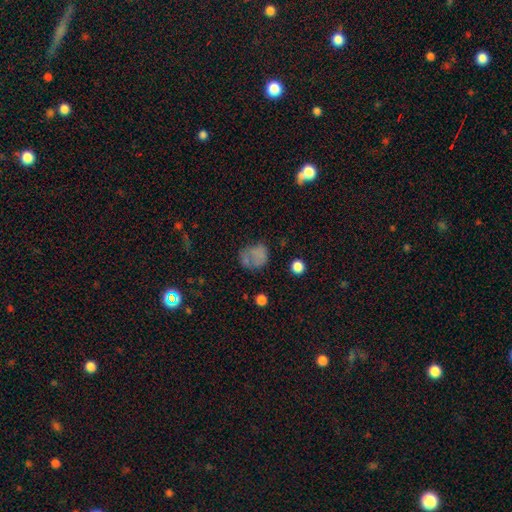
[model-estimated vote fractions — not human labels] smooth-or-featured: smooth: 65% | featured or disk: 19% | star or artifact: 16%
  how-rounded: round: 68% | in between: 31% | cigar-shaped: 1%
  merging: none: 48% | minor disturbance: 22% | major disturbance: 19% | merger: 11%